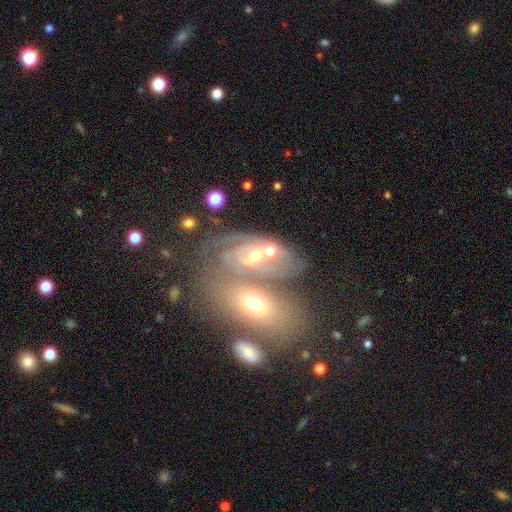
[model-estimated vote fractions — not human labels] Q: Smooth or featured?
A: featured or disk (67%); runner-up: smooth (24%)
Q: Edge-on disk?
A: no (92%); runner-up: yes (8%)
Q: Bar?
A: no (70%); runner-up: weak (23%)
Q: Spiral arms?
A: yes (70%); runner-up: no (30%)
Q: Bulge size?
A: moderate (56%); runner-up: small (34%)
Q: Merging?
A: merger (52%); runner-up: none (27%)